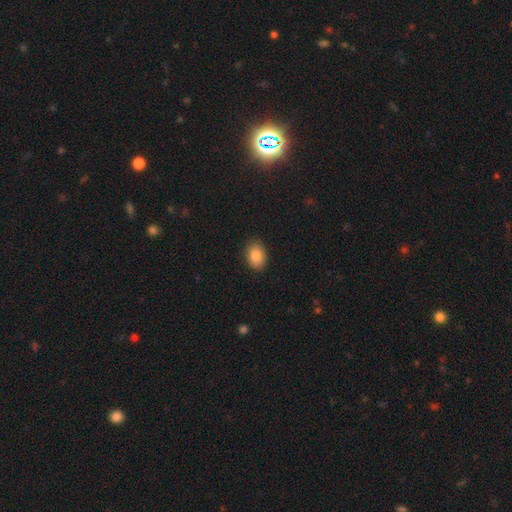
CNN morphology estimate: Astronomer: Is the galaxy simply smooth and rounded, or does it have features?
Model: smooth — 87%.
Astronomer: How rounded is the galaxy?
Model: in between — 82%.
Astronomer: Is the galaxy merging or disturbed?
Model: none — 86%.